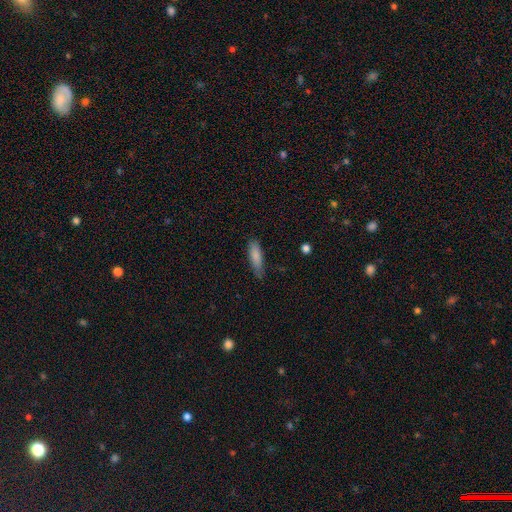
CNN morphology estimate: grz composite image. It shows a smooth galaxy with no disk features (84%) that is cigar-shaped (56%). Merging: none (69%).